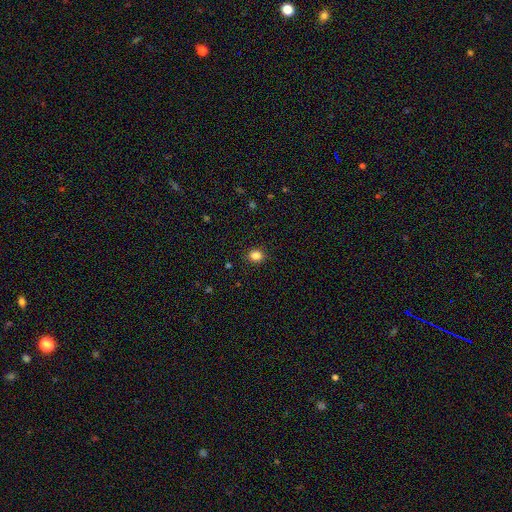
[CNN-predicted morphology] smooth 85%, star or artifact 11%, featured or disk 4%. Down the decision tree: how rounded — round (65%); merging — none (90%).